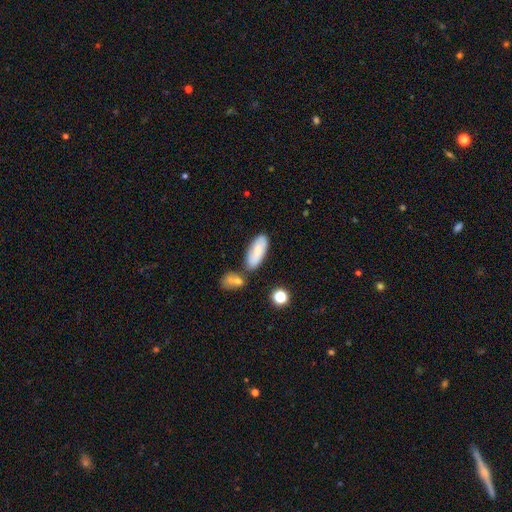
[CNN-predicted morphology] smooth 67%, featured or disk 23%, star or artifact 10%. Down the decision tree: how rounded — in between (66%); merging — none (63%).